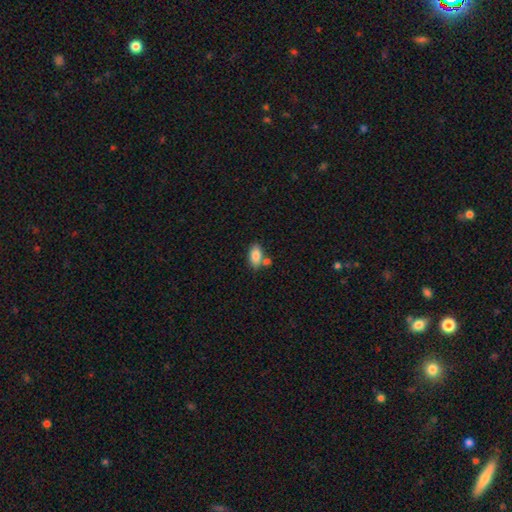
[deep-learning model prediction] The model was most divided on "merging": none: 59%, merger: 24%, minor disturbance: 13%, major disturbance: 4%. More confident: how rounded — in between (91%); smooth or featured — smooth (84%).